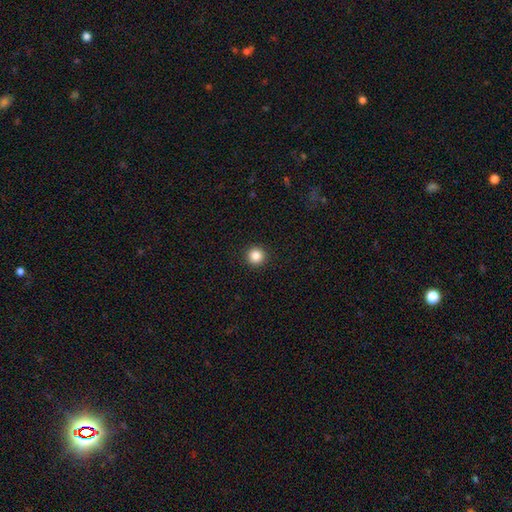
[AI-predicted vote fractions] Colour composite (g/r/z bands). It shows a smooth galaxy with no disk features (85%) that is round (96%). Merging: none (94%).